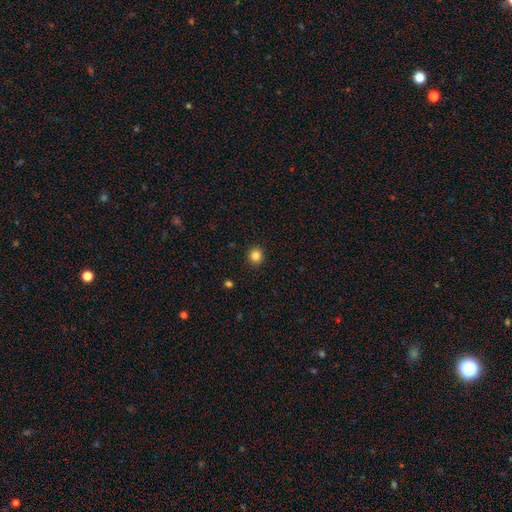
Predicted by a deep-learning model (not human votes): Smooth or featured? smooth (84%)
How rounded? round (92%)
Merging? none (92%)